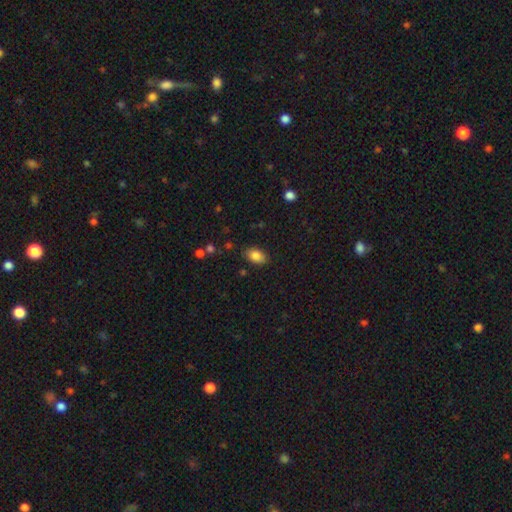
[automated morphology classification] smooth_or_featured: smooth (p=0.86) [alt: star or artifact p=0.09]
how_rounded: in between (p=0.88) [alt: round p=0.10]
merging: none (p=0.85) [alt: minor disturbance p=0.11]